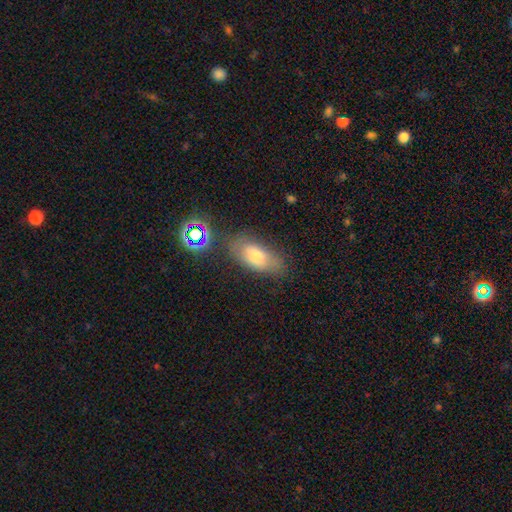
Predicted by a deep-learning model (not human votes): This appears to be a smooth galaxy with no disk features (70%) that is in between round and cigar-shaped (84%). Merging: none (71%).